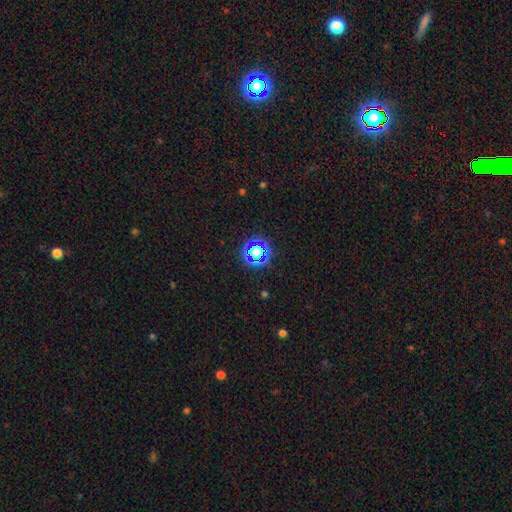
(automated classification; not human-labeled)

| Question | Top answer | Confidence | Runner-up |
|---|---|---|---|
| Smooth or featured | star or artifact | 62% | smooth (28%) |